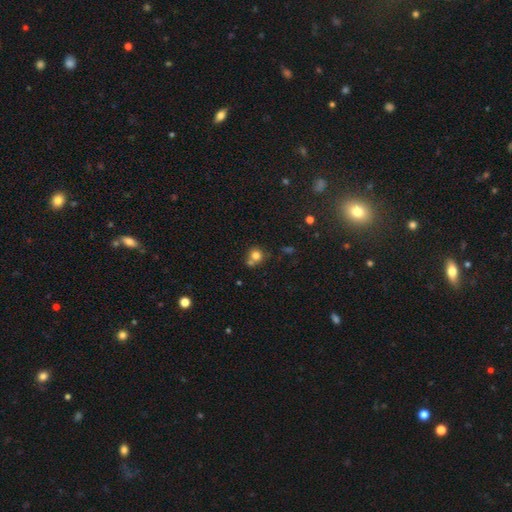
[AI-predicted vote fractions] Smooth or featured: smooth — 77% (star or artifact — 13%)
How rounded: round — 87% (in between — 12%)
Merging: none — 52% (merger — 34%)